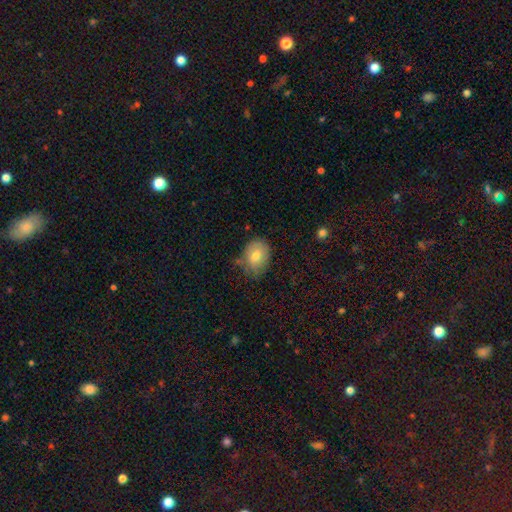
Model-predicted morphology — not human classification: Q: Smooth or featured?
A: smooth (76%); runner-up: featured or disk (16%)
Q: How rounded?
A: in between (64%); runner-up: round (35%)
Q: Merging?
A: none (67%); runner-up: minor disturbance (25%)